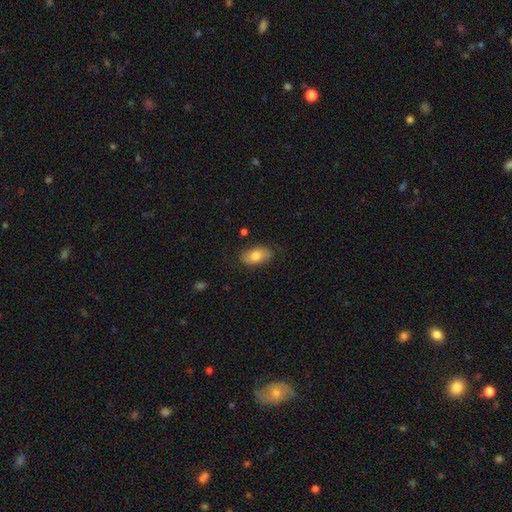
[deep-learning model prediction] smooth-or-featured: smooth: 77% | featured or disk: 17% | star or artifact: 7%
  how-rounded: in between: 92% | round: 5% | cigar-shaped: 3%
  merging: none: 82% | minor disturbance: 14% | major disturbance: 3% | merger: 1%